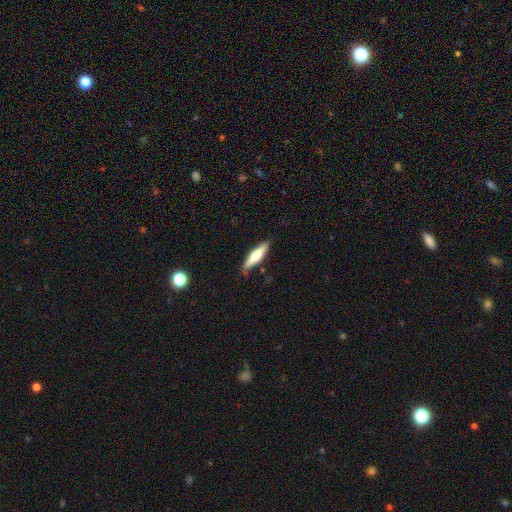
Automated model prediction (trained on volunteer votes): A smooth galaxy with no disk features (62%) that is cigar-shaped (74%). Merging: none (81%).